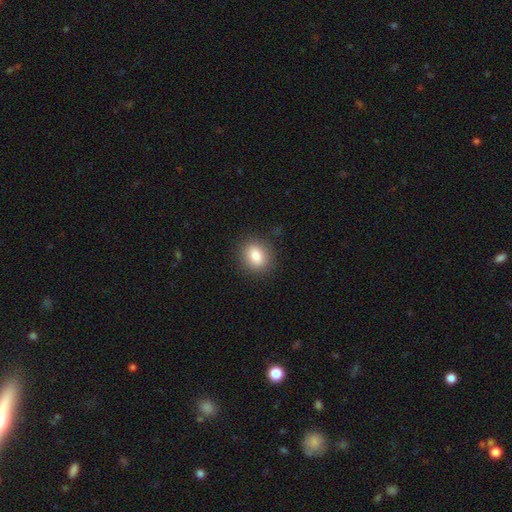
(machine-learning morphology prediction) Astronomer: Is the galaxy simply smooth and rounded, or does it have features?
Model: smooth — 84%.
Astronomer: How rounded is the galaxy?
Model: in between — 50% (runner-up: round, 49%).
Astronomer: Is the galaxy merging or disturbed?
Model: none — 87%.